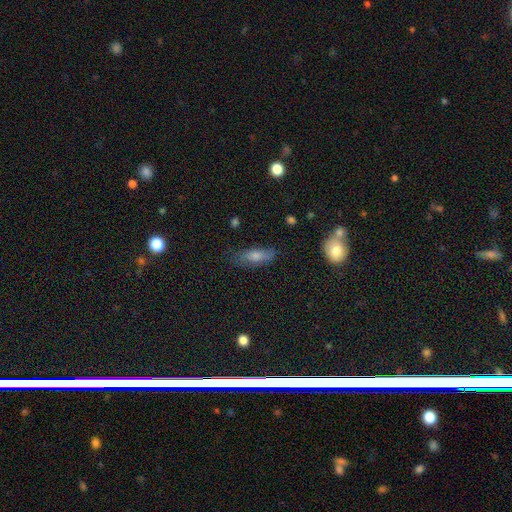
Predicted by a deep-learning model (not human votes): smooth-or-featured: smooth: 63% | featured or disk: 26% | star or artifact: 12%
  how-rounded: in between: 58% | cigar-shaped: 37% | round: 4%
  merging: none: 70% | minor disturbance: 21% | major disturbance: 6% | merger: 3%